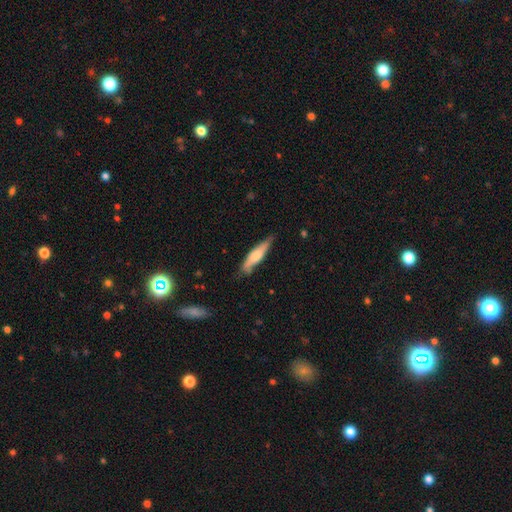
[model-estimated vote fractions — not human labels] A smooth galaxy with no disk features (59%) that is cigar-shaped (79%).

Vote fractions:
- Smooth or featured? smooth: 59% / featured or disk: 36% / star or artifact: 5%
- How rounded? cigar-shaped: 79% / in between: 19% / round: 2%
- Merging? none: 72% / minor disturbance: 22% / major disturbance: 4% / merger: 2%